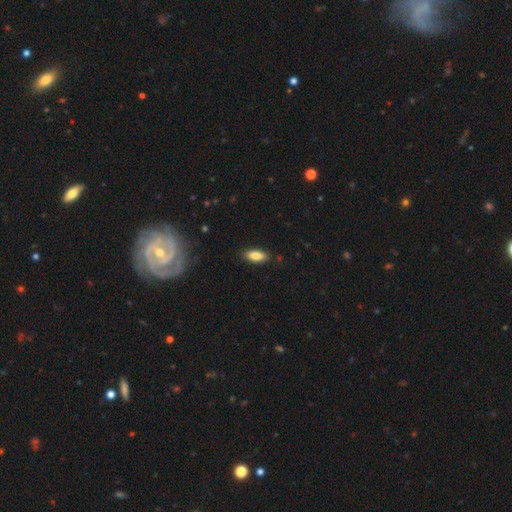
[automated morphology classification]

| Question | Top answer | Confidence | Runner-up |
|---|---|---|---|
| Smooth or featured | smooth | 84% | featured or disk (9%) |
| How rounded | in between | 74% | cigar-shaped (24%) |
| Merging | none | 86% | minor disturbance (11%) |